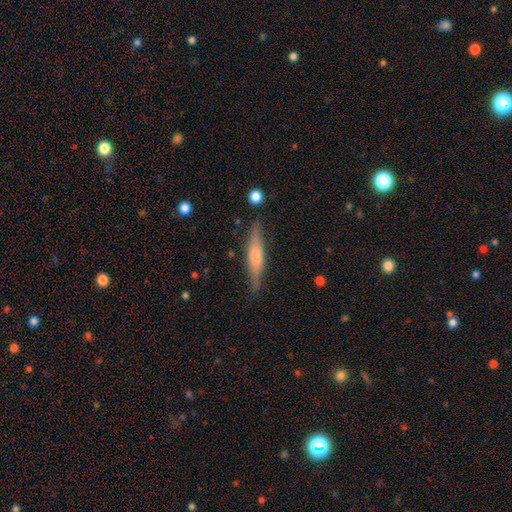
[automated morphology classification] featured or disk 49%, smooth 45%, star or artifact 7%. Down the decision tree: merging — none (81%).